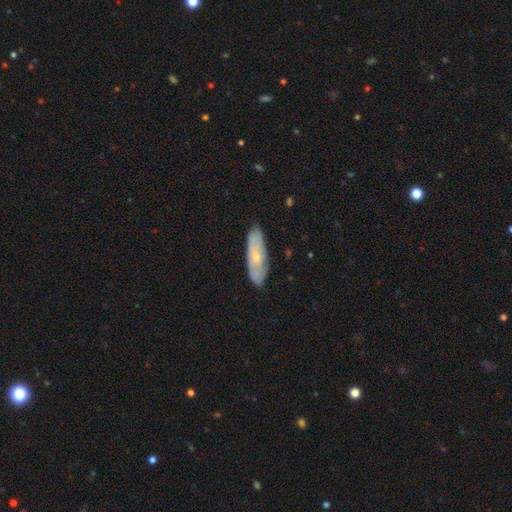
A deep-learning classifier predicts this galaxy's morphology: This is possibly a featured or disk galaxy (52%). It is likely not viewed edge-on (68%). Merging: clearly none (85%).